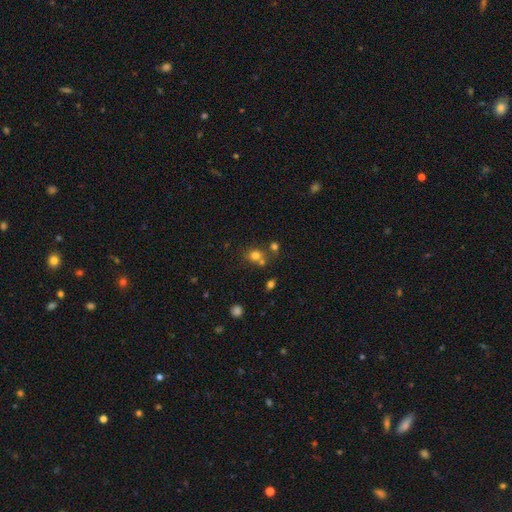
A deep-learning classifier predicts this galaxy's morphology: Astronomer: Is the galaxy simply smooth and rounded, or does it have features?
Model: smooth — 74%.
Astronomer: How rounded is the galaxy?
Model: round — 76%.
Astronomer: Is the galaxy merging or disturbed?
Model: none — 55% (runner-up: merger, 30%).